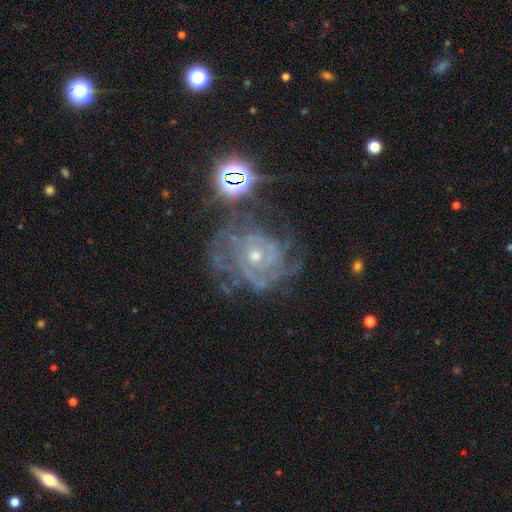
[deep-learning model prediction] smooth_or_featured: featured or disk (p=0.80) [alt: star or artifact p=0.13]
disk_edge_on: no (p=0.97) [alt: yes p=0.03]
bar: no (p=0.79) [alt: weak p=0.17]
has_spiral_arms: yes (p=0.90) [alt: no p=0.10]
spiral_winding: tight (p=0.64) [alt: medium p=0.28]
spiral_arm_count: can't tell (p=0.42) [alt: 3 p=0.19]
bulge_size: small (p=0.55) [alt: moderate p=0.41]
merging: none (p=0.54) [alt: major disturbance p=0.21]